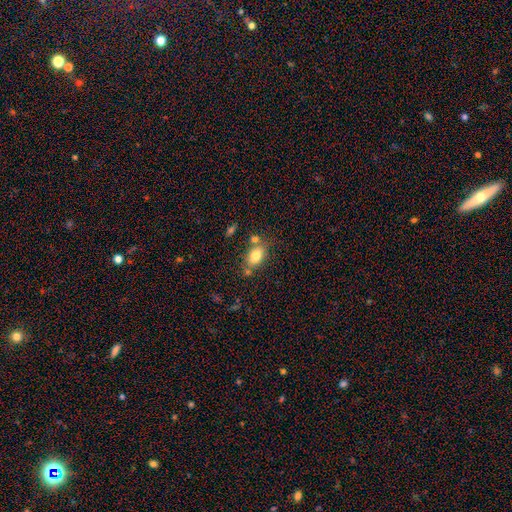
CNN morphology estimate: A smooth galaxy with no disk features (79%) that is in between round and cigar-shaped (84%). Merging: none (64%).